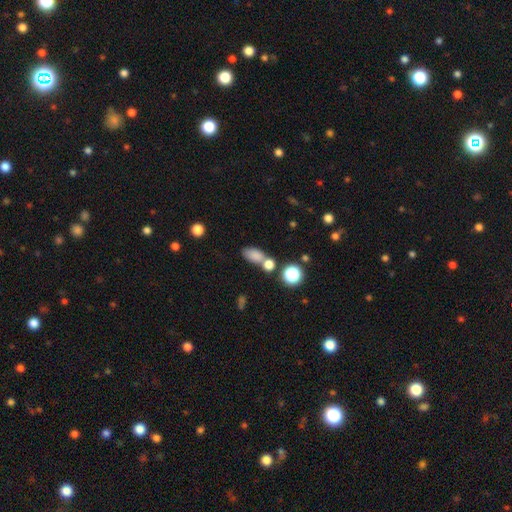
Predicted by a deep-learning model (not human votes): The model was most divided on "merging": none: 50%, merger: 30%, minor disturbance: 14%, major disturbance: 6%. More confident: how rounded — in between (84%); smooth or featured — smooth (79%).